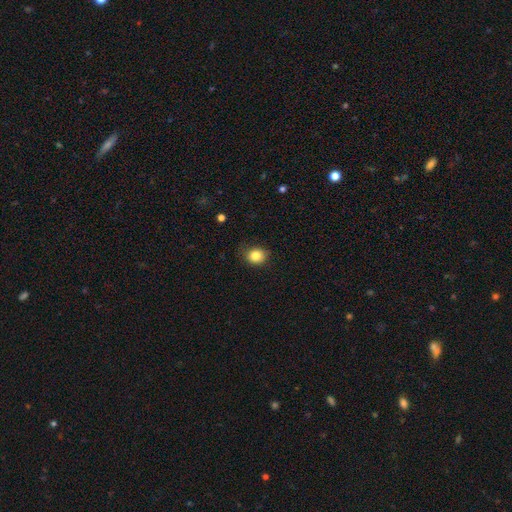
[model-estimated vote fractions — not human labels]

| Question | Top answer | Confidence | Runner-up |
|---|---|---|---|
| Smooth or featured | smooth | 84% | star or artifact (10%) |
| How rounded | round | 64% | in between (35%) |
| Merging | none | 80% | minor disturbance (15%) |